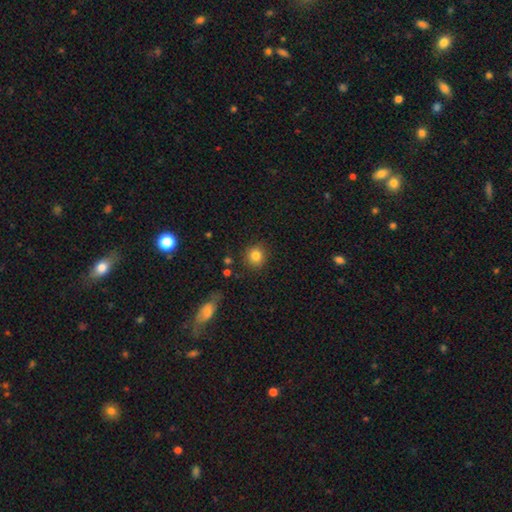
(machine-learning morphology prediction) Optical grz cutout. It shows a smooth galaxy with no disk features (83%) that is round (88%). Merging: none (86%).